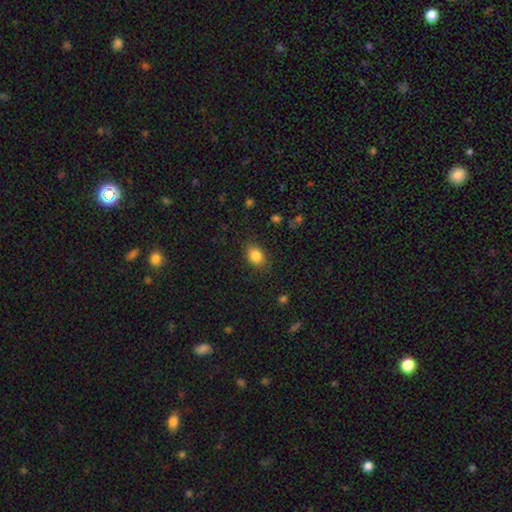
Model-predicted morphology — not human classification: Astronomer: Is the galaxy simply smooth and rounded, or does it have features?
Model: smooth — 85%.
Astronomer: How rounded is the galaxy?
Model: in between — 67%.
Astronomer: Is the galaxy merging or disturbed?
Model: none — 83%.